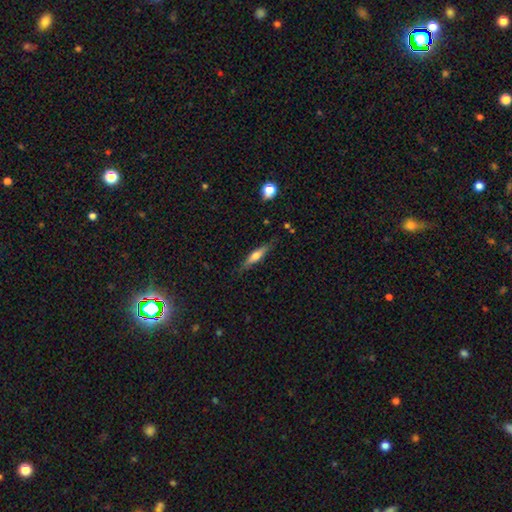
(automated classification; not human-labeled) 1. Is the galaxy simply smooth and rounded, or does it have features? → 48% smooth, 46% featured or disk, 7% star or artifact.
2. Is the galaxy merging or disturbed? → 82% none, 14% minor disturbance, 3% major disturbance, 2% merger.